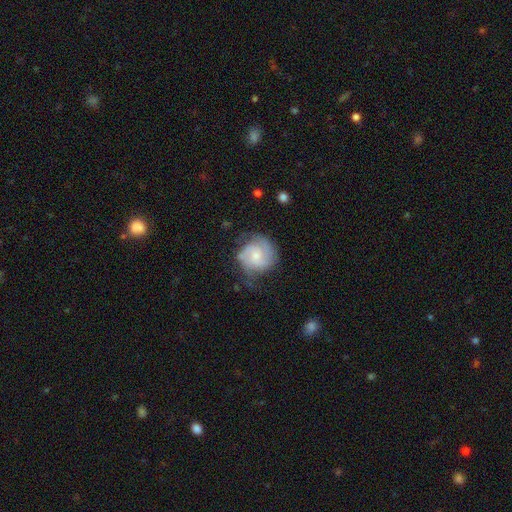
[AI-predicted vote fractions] A featured or disk galaxy (73%) with no bar (64%), 2 (57%) tight (48%) spiral arms (94%) and a small central bulge (55%). Merging: none (61%).